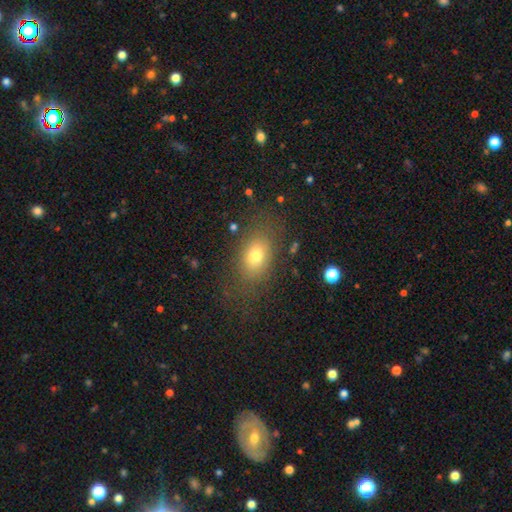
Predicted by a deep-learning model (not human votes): This appears to be a smooth galaxy with no disk features (74%) that is in between round and cigar-shaped (78%). Merging: none (75%).